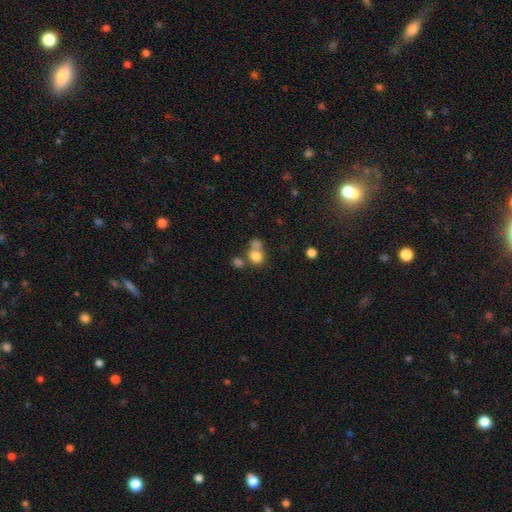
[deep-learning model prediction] Morphology: type=smooth (79%); roundness=round (65%); merging=merger (45%).